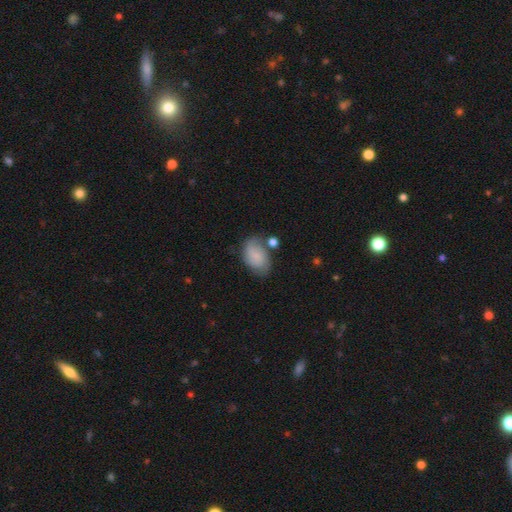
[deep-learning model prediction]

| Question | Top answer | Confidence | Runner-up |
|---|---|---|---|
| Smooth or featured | smooth | 53% | featured or disk (39%) |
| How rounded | in between | 81% | round (17%) |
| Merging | none | 56% | minor disturbance (24%) |